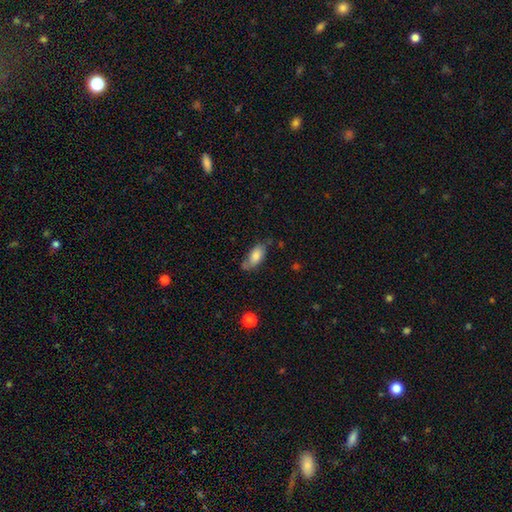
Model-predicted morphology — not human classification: smooth-or-featured: smooth: 78% | featured or disk: 15% | star or artifact: 7%
  how-rounded: in between: 87% | cigar-shaped: 11% | round: 3%
  merging: none: 56% | minor disturbance: 28% | major disturbance: 9% | merger: 7%